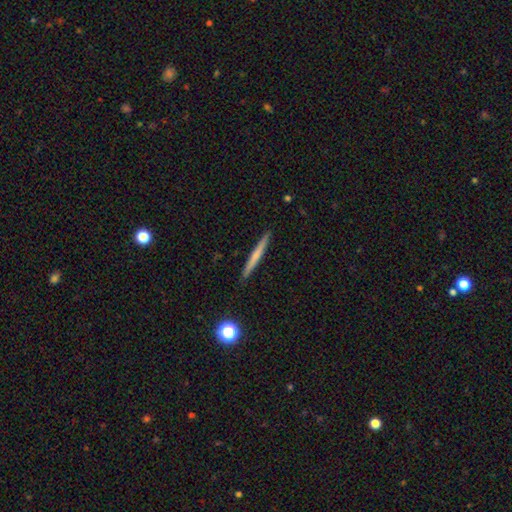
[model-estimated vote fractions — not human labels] This is possibly a smooth galaxy (59%). How rounded: clearly cigar-shaped (96%). Merging: clearly none (91%).